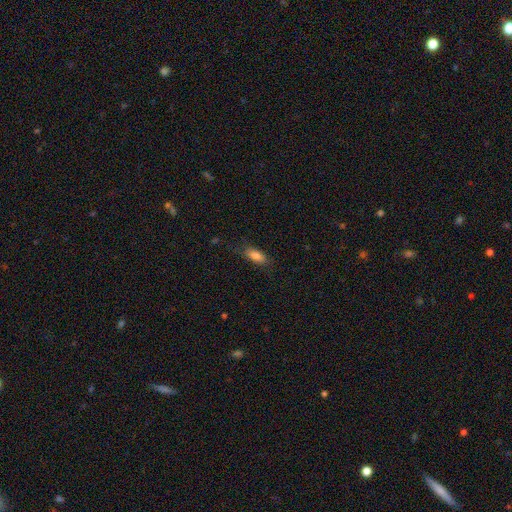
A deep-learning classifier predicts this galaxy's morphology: Smooth or featured?
  - smooth: 82% *
  - featured or disk: 11%
  - star or artifact: 8%
How rounded?
  - in between: 77% *
  - cigar-shaped: 20%
  - round: 3%
Merging?
  - none: 77% *
  - minor disturbance: 17%
  - major disturbance: 5%
  - merger: 1%